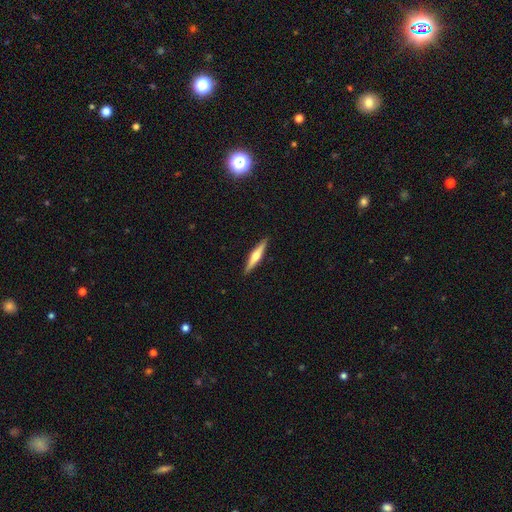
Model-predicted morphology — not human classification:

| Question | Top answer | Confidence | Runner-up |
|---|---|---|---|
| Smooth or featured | featured or disk | 63% | smooth (31%) |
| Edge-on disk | yes | 97% | no (3%) |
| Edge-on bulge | rounded | 92% | none (4%) |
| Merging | none | 91% | minor disturbance (6%) |